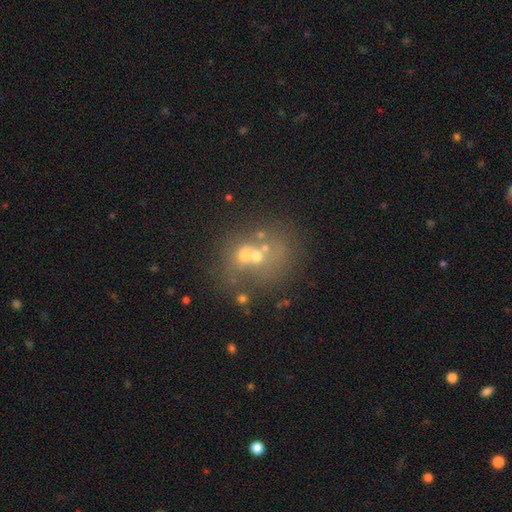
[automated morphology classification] This is marginally a smooth galaxy (39%). Merging: possibly merger (47%).